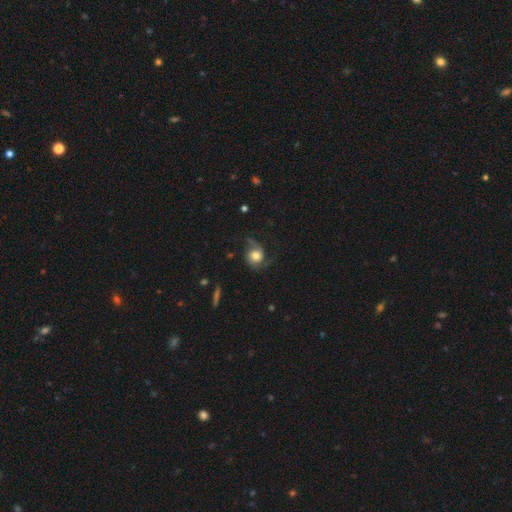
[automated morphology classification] Smooth or featured: featured or disk — 70% (smooth — 23%)
Edge-on disk: no — 97% (yes — 3%)
Bar: no — 72% (weak — 23%)
Spiral arms: yes — 94% (no — 6%)
Spiral winding: loose — 51% (medium — 38%)
Spiral arm count: 2 — 81% (1 — 11%)
Bulge size: moderate — 44% (large — 39%)
Merging: none — 62% (minor disturbance — 19%)